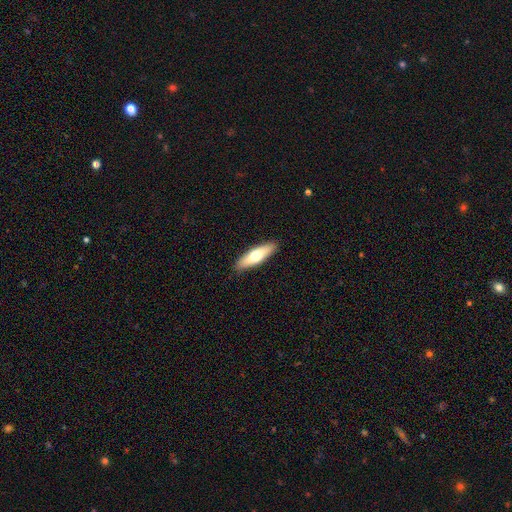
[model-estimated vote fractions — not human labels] smooth_or_featured: smooth (p=0.61) [alt: featured or disk p=0.33]
how_rounded: cigar-shaped (p=0.56) [alt: in between p=0.42]
merging: none (p=0.90) [alt: minor disturbance p=0.07]